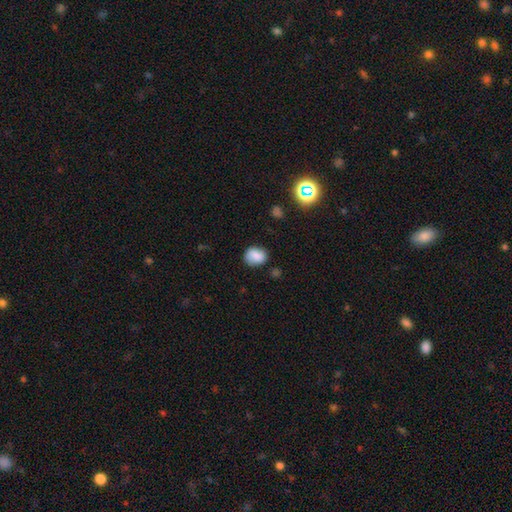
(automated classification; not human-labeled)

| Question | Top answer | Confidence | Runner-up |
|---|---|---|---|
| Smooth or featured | smooth | 81% | star or artifact (9%) |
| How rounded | round | 54% | in between (45%) |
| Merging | none | 75% | minor disturbance (18%) |